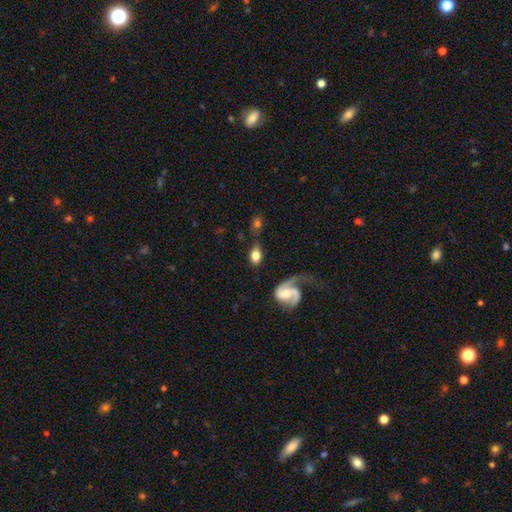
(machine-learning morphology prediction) Smooth or featured?
  - smooth: 68% *
  - featured or disk: 25%
  - star or artifact: 8%
How rounded?
  - in between: 77% *
  - round: 21%
  - cigar-shaped: 3%
Merging?
  - none: 59% *
  - minor disturbance: 18%
  - major disturbance: 13%
  - merger: 10%